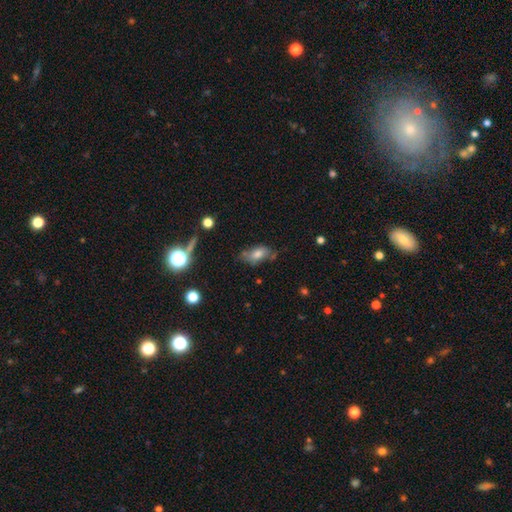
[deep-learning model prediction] This appears to be a smooth galaxy with no disk features (49%). Merging: none (61%).